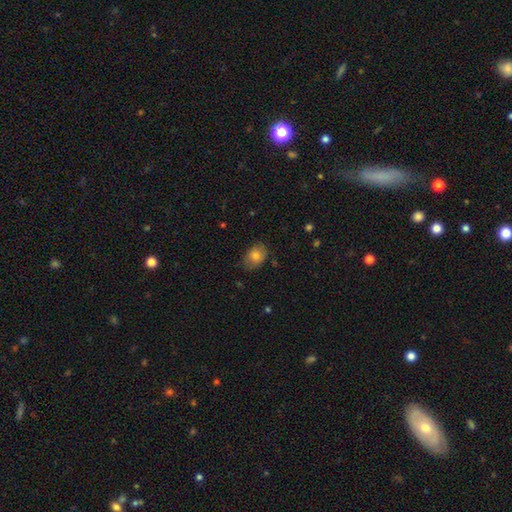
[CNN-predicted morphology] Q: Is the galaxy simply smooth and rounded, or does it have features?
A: smooth — 80%.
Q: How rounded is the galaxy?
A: in between — 73%.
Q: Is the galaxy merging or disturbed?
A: none — 73%.